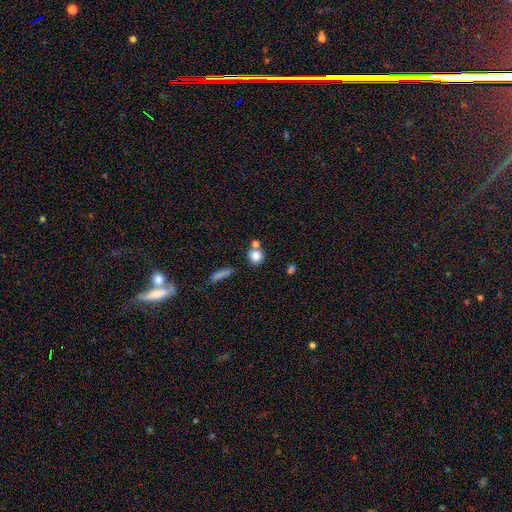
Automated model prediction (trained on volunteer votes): smooth-or-featured: smooth: 81% | star or artifact: 10% | featured or disk: 9%
  how-rounded: round: 85% | in between: 13% | cigar-shaped: 2%
  merging: none: 60% | merger: 27% | minor disturbance: 10% | major disturbance: 4%